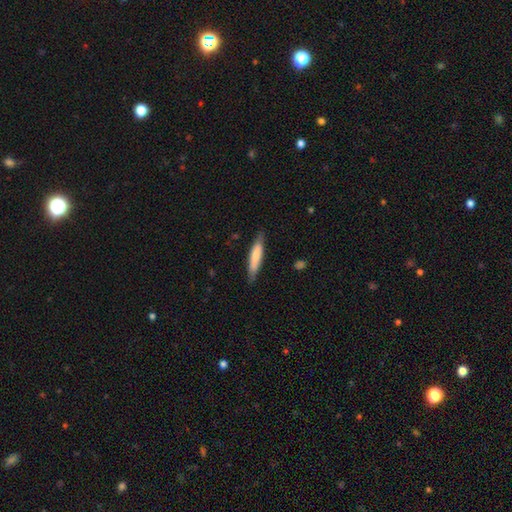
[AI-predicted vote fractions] A smooth galaxy with no disk features (73%) that is cigar-shaped (85%). Merging: none (82%).